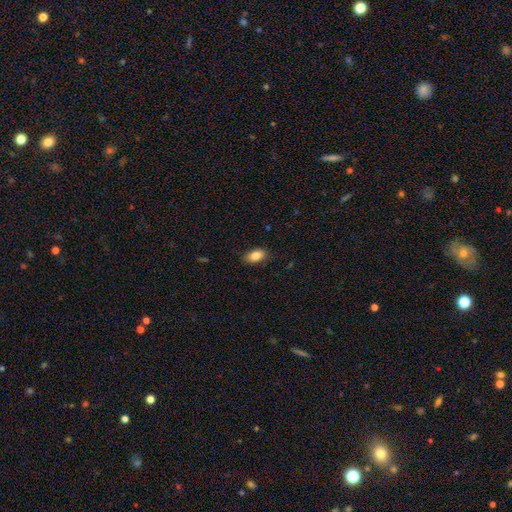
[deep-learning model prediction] Smooth or featured: smooth — 84% (featured or disk — 8%)
How rounded: in between — 89% (round — 8%)
Merging: none — 84% (minor disturbance — 13%)